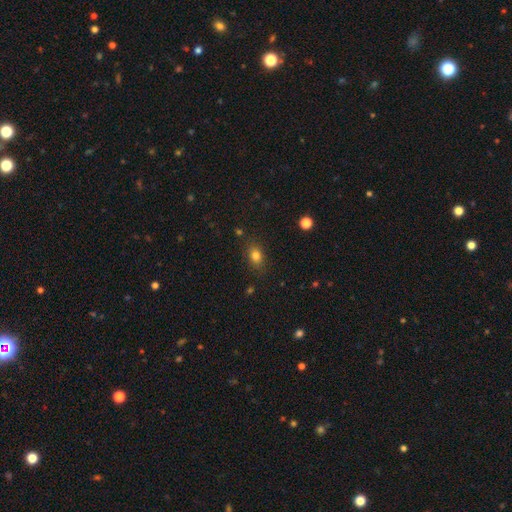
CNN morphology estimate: type=smooth (80%); roundness=in between (70%); merging=none (82%).